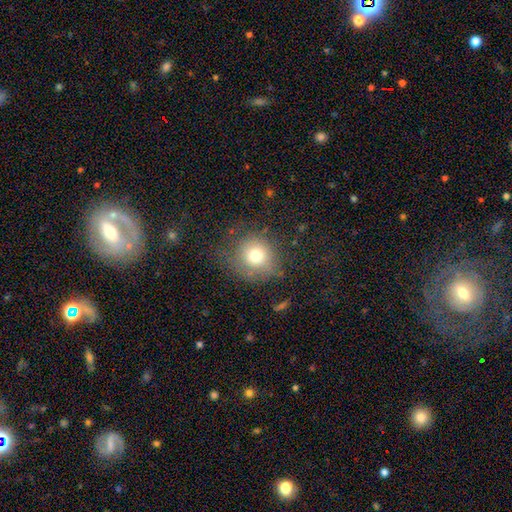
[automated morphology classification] This appears to be a smooth galaxy with no disk features (74%) that is round (85%). Merging: none (65%).